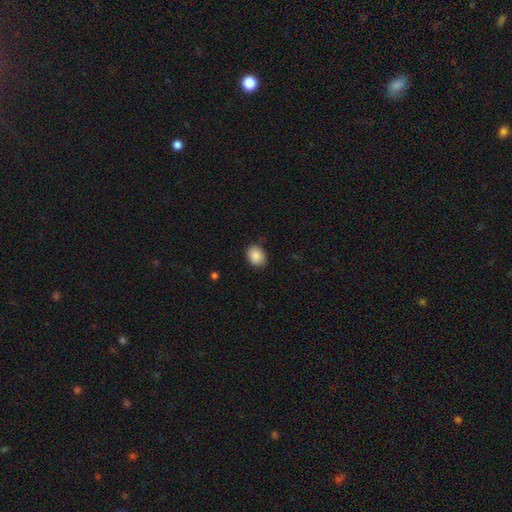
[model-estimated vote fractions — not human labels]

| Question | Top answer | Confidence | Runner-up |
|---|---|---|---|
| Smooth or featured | smooth | 88% | star or artifact (8%) |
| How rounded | in between | 53% | round (47%) |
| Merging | none | 84% | minor disturbance (12%) |